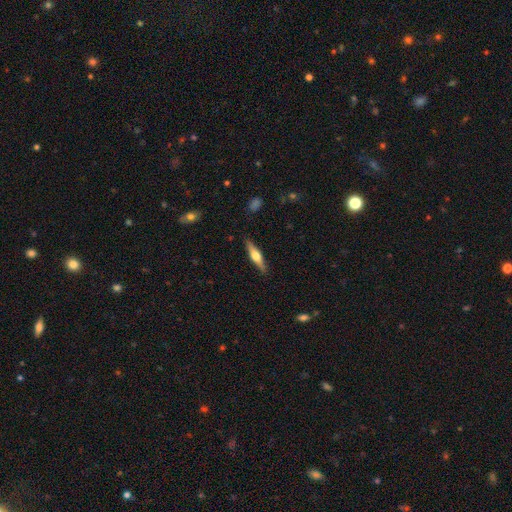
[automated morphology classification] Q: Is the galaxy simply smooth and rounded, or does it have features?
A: featured or disk — 58%.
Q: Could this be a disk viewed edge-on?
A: yes — 96%.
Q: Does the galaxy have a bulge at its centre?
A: rounded — 91%.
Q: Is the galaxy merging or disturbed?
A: none — 88%.